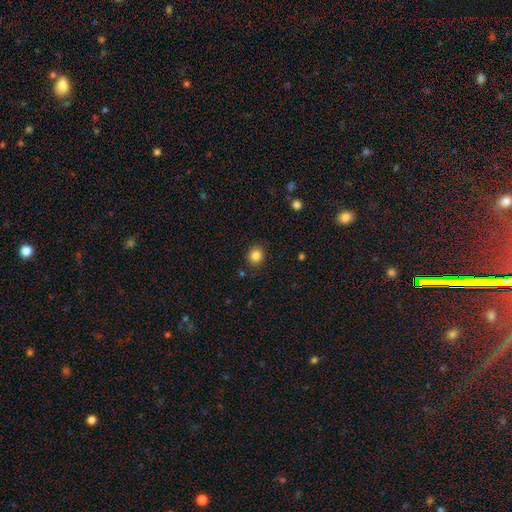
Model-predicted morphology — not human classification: Smooth or featured? Predicted: smooth (p=0.85). How rounded? Predicted: round (p=0.81). Merging? Predicted: none (p=0.88).